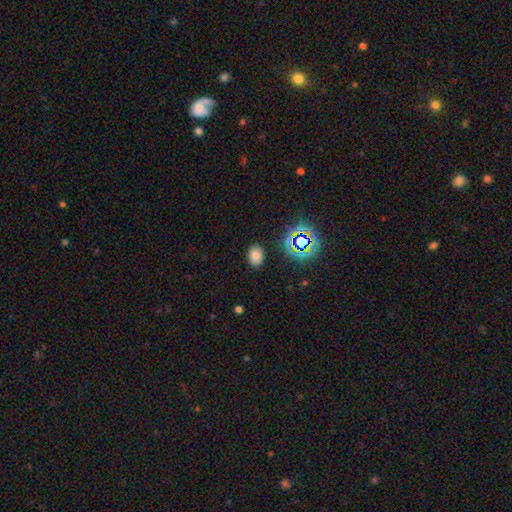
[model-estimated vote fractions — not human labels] This is likely a smooth galaxy (72%). How rounded: likely in between (73%). Merging: clearly none (86%).